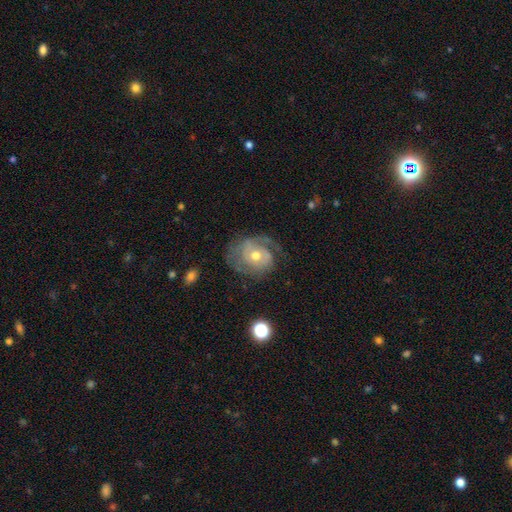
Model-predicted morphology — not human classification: This is likely a featured or disk galaxy (71%). It is clearly not viewed edge-on (97%). Bar: likely no (75%). Spiral arm pattern: clearly yes (81%). Spiral arm count: marginally 2 (36%). Spiral winding: possibly tight (49%). Central bulge: likely moderate (68%). Merging: possibly none (55%).